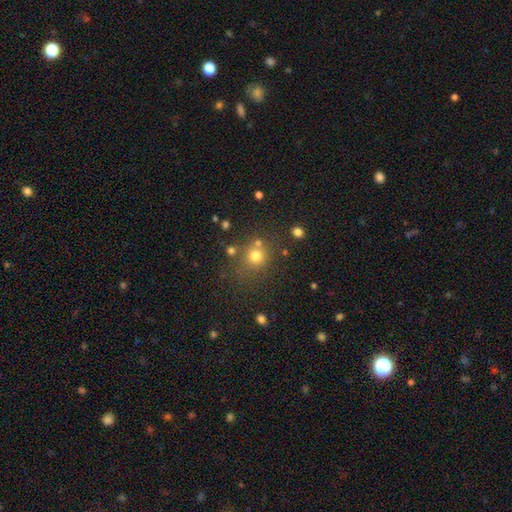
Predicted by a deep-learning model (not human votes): This is likely a smooth galaxy (73%). How rounded: clearly round (86%). Merging: likely none (70%).